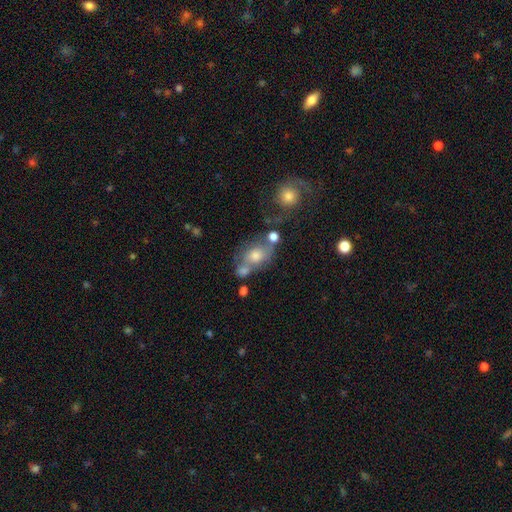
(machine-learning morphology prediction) Smooth or featured? Predicted: smooth (p=0.55). How rounded? Predicted: in between (p=0.64). Merging? Predicted: none (p=0.38).